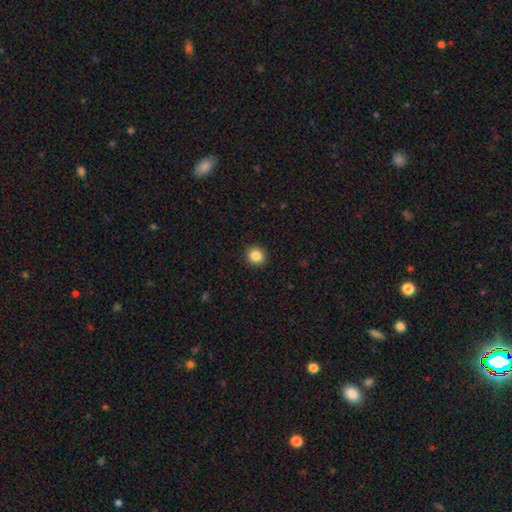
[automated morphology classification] Smooth or featured?
  - smooth: 86% *
  - star or artifact: 10%
  - featured or disk: 4%
How rounded?
  - round: 92% *
  - in between: 7%
  - cigar-shaped: 1%
Merging?
  - none: 93% *
  - minor disturbance: 5%
  - major disturbance: 2%
  - merger: 1%